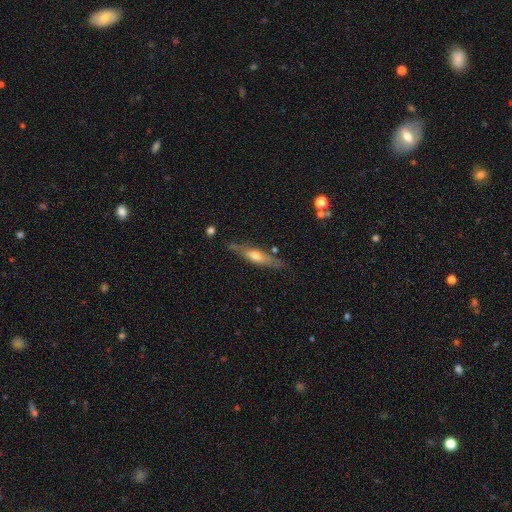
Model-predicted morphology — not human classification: type=featured or disk (56%); edge-on=yes (86%); merging=none (79%).